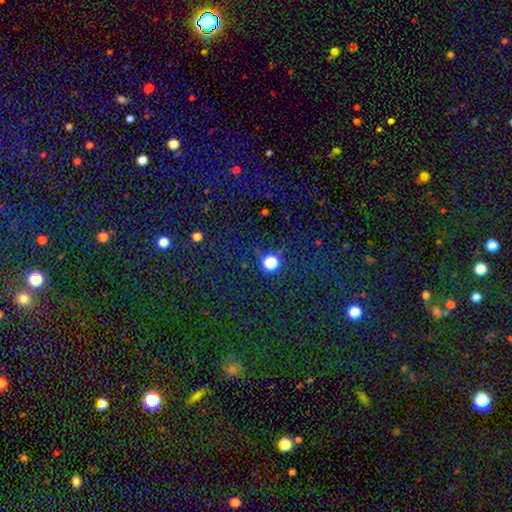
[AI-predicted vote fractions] Smooth or featured: star or artifact — 70% (smooth — 22%)